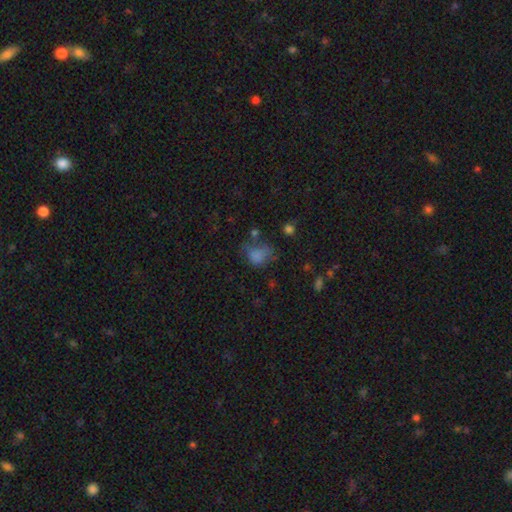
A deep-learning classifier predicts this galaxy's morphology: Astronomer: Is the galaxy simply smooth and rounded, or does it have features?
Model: smooth — 69%.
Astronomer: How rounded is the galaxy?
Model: in between — 58% (runner-up: round, 40%).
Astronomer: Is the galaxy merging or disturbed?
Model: none — 39% (runner-up: minor disturbance, 27%).